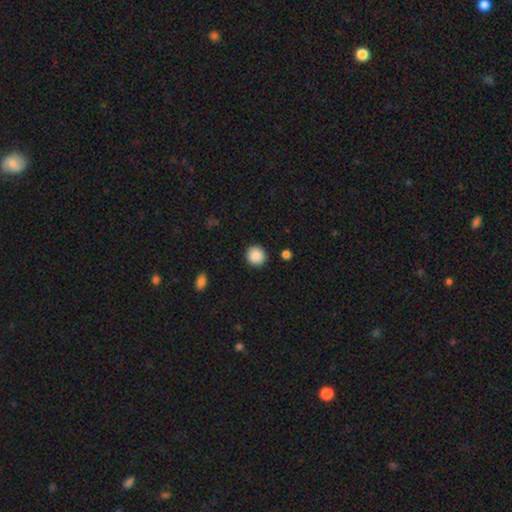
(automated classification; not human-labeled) Q: Smooth or featured?
A: smooth (89%); runner-up: star or artifact (8%)
Q: How rounded?
A: round (90%); runner-up: in between (9%)
Q: Merging?
A: none (91%); runner-up: minor disturbance (6%)